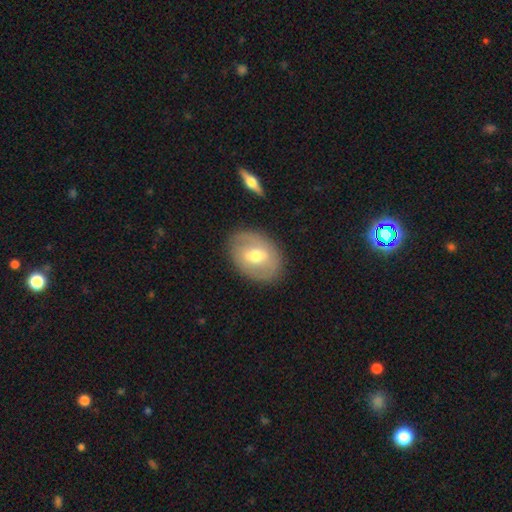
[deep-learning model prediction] The model was most divided on "smooth or featured": featured or disk: 51%, smooth: 43%, star or artifact: 6%. More confident: edge-on disk — no (91%); merging — none (83%).